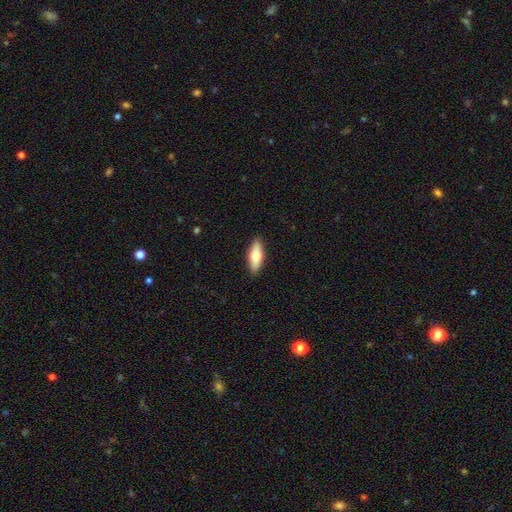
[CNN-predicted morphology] The model was most divided on "how rounded": in between: 64%, cigar-shaped: 33%, round: 2%. More confident: merging — none (89%); smooth or featured — smooth (68%).